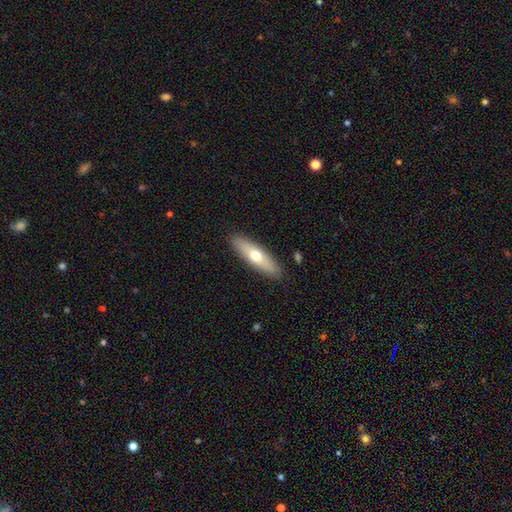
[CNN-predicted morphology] smooth_or_featured: smooth (p=0.60) [alt: featured or disk p=0.34]
how_rounded: cigar-shaped (p=0.59) [alt: in between p=0.39]
merging: none (p=0.88) [alt: minor disturbance p=0.08]